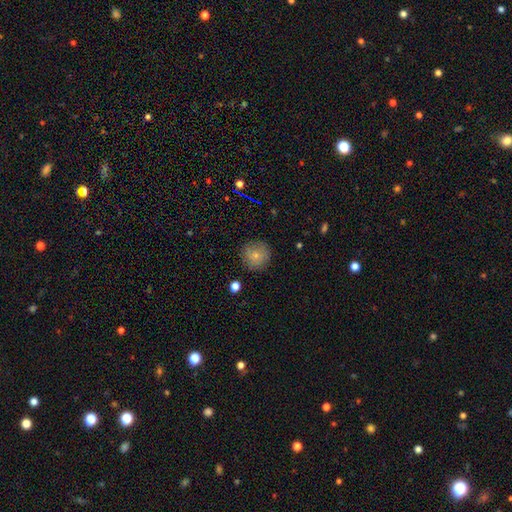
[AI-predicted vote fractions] This is likely a smooth galaxy (77%). How rounded: clearly round (94%). Merging: clearly none (85%).